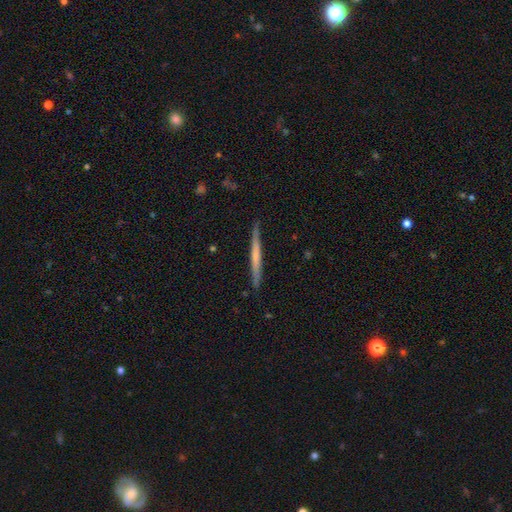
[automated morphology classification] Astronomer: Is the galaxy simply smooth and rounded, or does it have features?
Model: featured or disk — 48% (runner-up: smooth, 47%).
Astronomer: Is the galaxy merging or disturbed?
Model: none — 90%.